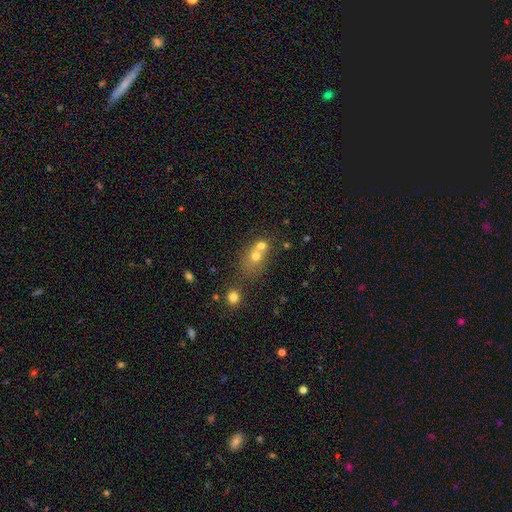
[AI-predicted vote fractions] Morphology: type=smooth (57%); roundness=round (64%); merging=merger (50%).